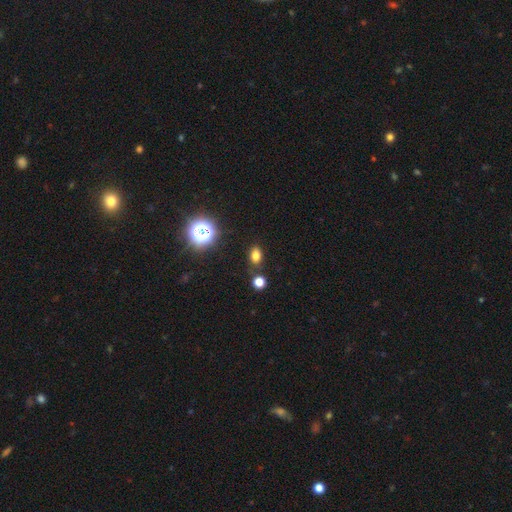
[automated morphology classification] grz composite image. It shows a smooth galaxy with no disk features (74%) that is in between round and cigar-shaped (74%). Merging: none (80%).